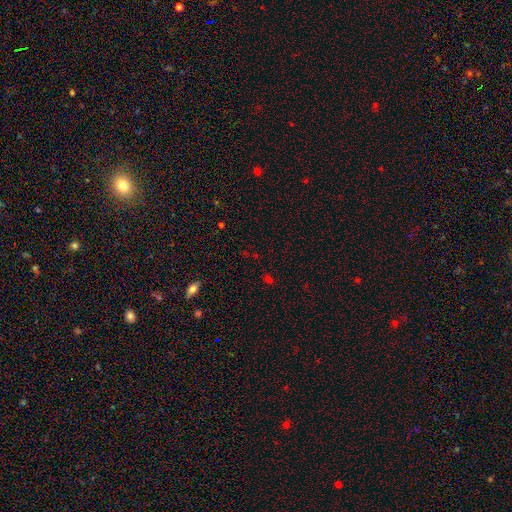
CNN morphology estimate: Smooth or featured? star or artifact (55%)